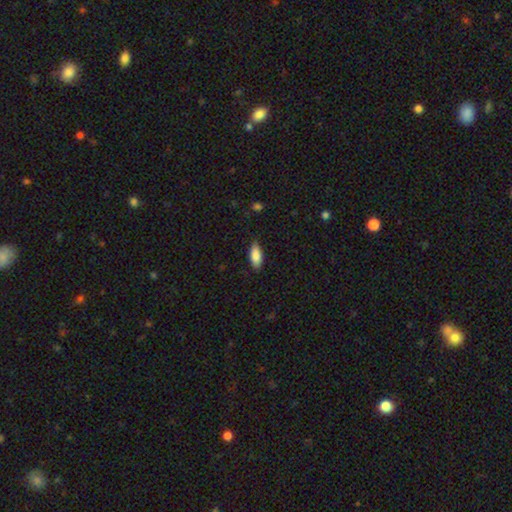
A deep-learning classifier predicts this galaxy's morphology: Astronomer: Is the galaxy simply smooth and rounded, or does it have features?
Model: smooth — 85%.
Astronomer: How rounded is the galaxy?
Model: in between — 80%.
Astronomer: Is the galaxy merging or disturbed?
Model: none — 84%.